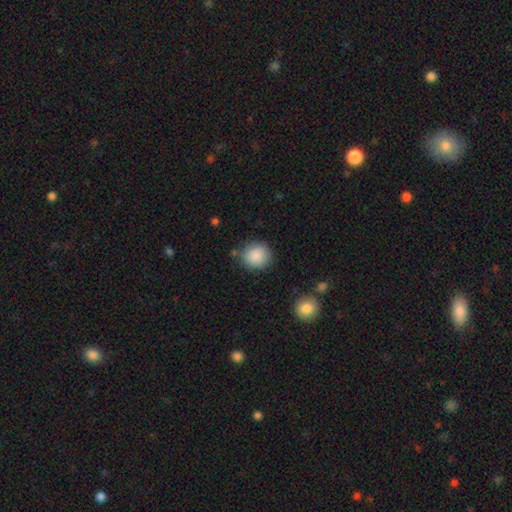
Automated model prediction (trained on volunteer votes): The model was most divided on "how rounded": round: 84%, in between: 15%, cigar-shaped: 1%. More confident: smooth or featured — smooth (89%); merging — none (83%).